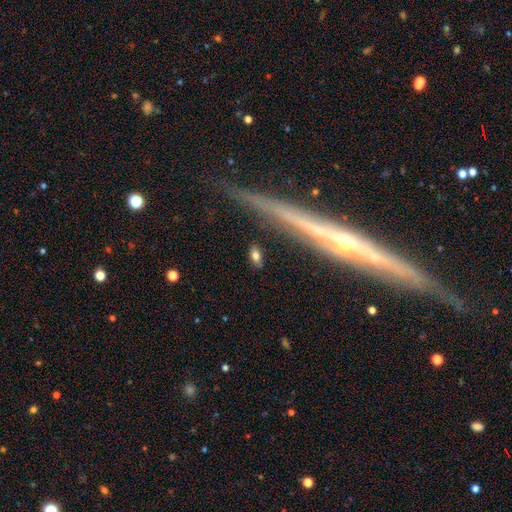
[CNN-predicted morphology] This appears to be a smooth galaxy with no disk features (75%) that is in between round and cigar-shaped (84%). Merging: none (83%).